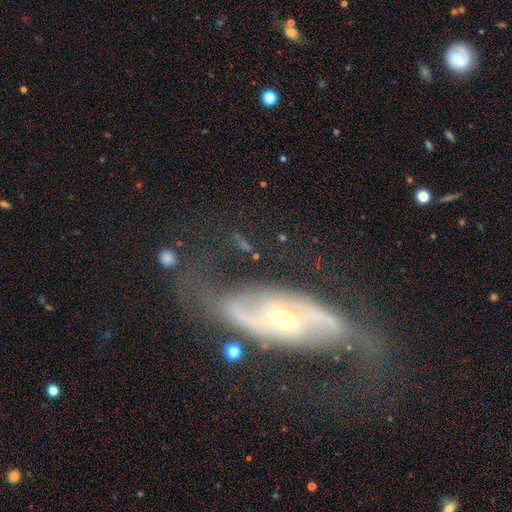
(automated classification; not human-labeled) This appears to be a featured or disk galaxy (70%) with no bar (50%), spiral arms (83%) and a moderate central bulge (68%). Merging: none (58%).